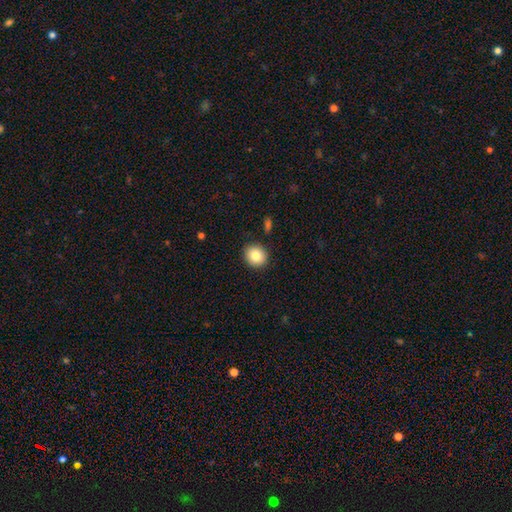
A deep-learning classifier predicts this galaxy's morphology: This appears to be a smooth galaxy with no disk features (83%) that is round (81%). Merging: none (89%).